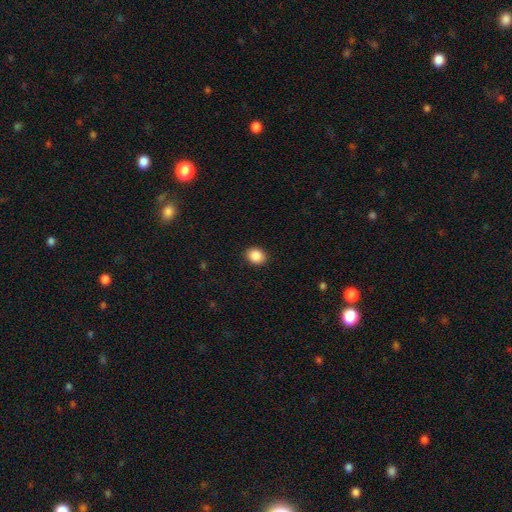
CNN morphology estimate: This is clearly a smooth galaxy (88%). How rounded: possibly round (58%). Merging: clearly none (90%).